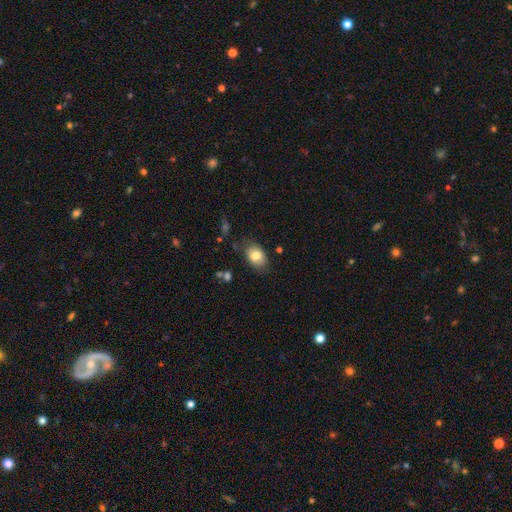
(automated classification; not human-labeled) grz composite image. It shows a smooth galaxy with no disk features (80%) that is in between round and cigar-shaped (81%). Merging: none (74%).